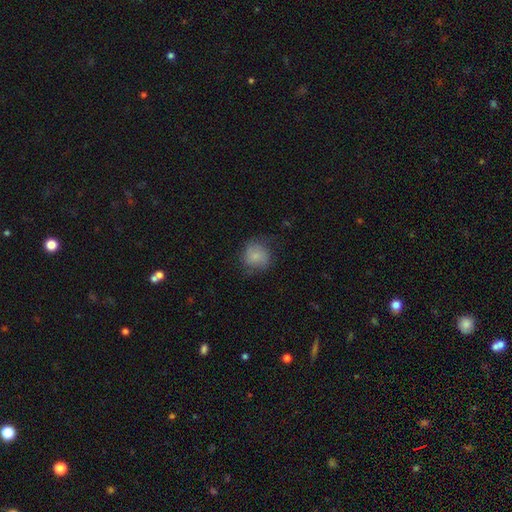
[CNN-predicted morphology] The model was most divided on "merging": none: 65%, minor disturbance: 24%, major disturbance: 10%, merger: 1%. More confident: how rounded — round (84%); smooth or featured — smooth (77%).